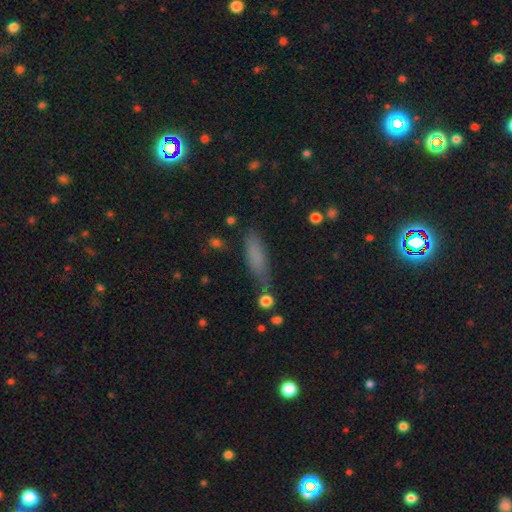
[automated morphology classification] A smooth galaxy with no disk features (72%) that is cigar-shaped (62%). Merging: none (63%).